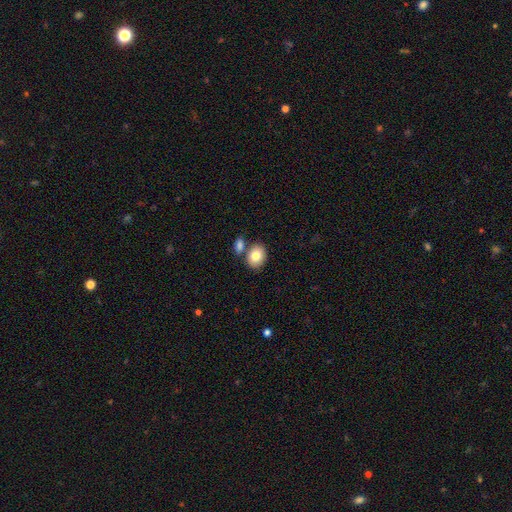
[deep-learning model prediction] Smooth or featured?
  - smooth: 81% *
  - featured or disk: 11%
  - star or artifact: 8%
How rounded?
  - in between: 56% *
  - round: 43%
  - cigar-shaped: 1%
Merging?
  - none: 64% *
  - merger: 22%
  - minor disturbance: 11%
  - major disturbance: 3%